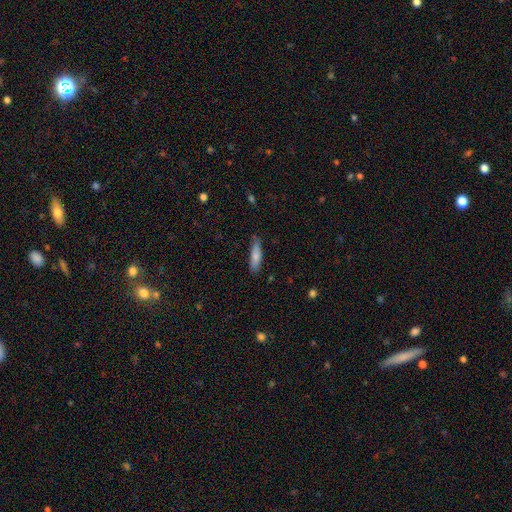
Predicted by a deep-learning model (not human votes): Q: Smooth or featured?
A: smooth (79%); runner-up: featured or disk (15%)
Q: How rounded?
A: cigar-shaped (65%); runner-up: in between (33%)
Q: Merging?
A: none (76%); runner-up: minor disturbance (20%)